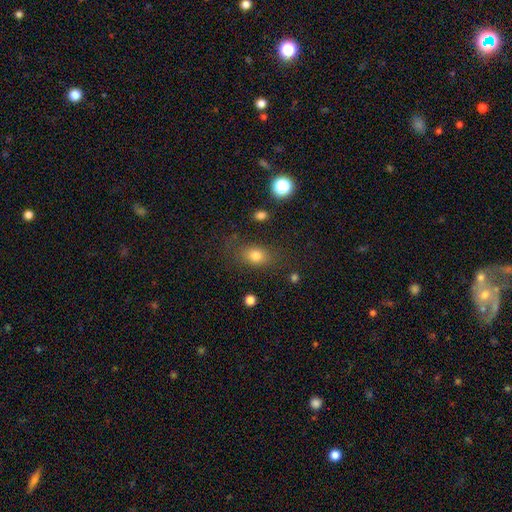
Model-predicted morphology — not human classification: smooth 78%, star or artifact 13%, featured or disk 10%. Down the decision tree: how rounded — in between (69%); merging — none (74%).